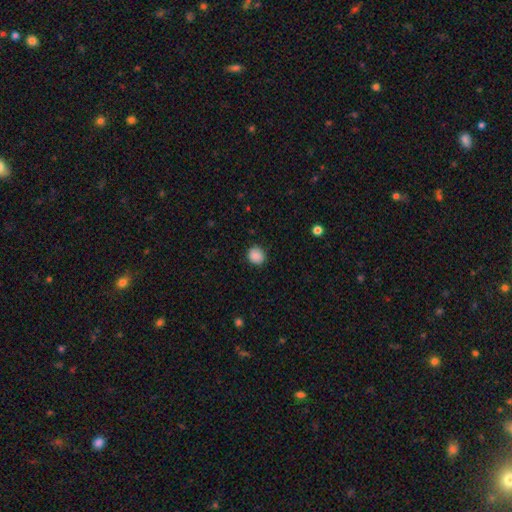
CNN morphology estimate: A smooth galaxy with no disk features (88%) that is round (80%).

Vote fractions:
- Smooth or featured? smooth: 88% / star or artifact: 9% / featured or disk: 4%
- How rounded? round: 80% / in between: 19% / cigar-shaped: 1%
- Merging? none: 87% / minor disturbance: 10% / major disturbance: 2% / merger: 1%